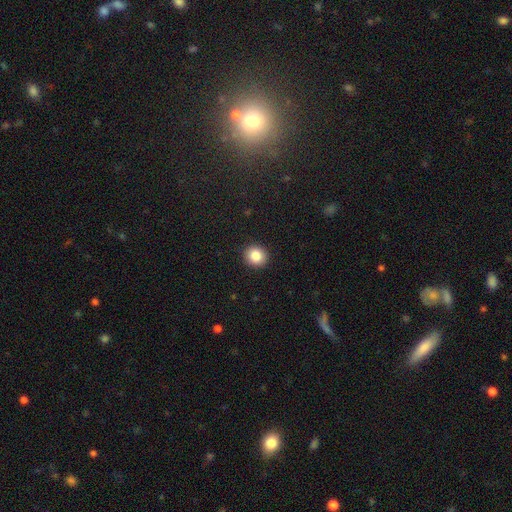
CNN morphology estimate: smooth 85%, star or artifact 9%, featured or disk 5%. Down the decision tree: how rounded — round (86%); merging — none (92%).